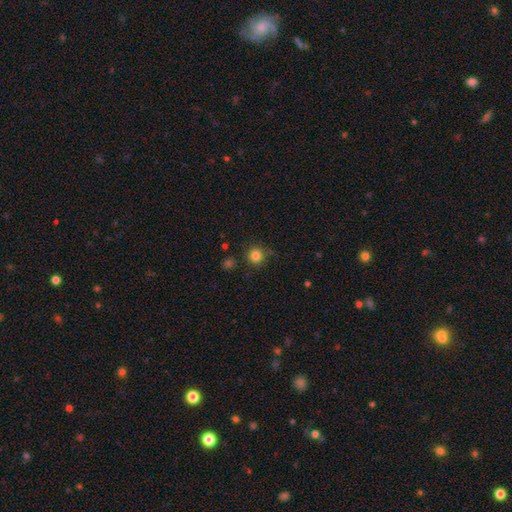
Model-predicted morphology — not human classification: The model was most divided on "smooth or featured": smooth: 82%, star or artifact: 13%, featured or disk: 5%. More confident: how rounded — round (94%); merging — none (85%).